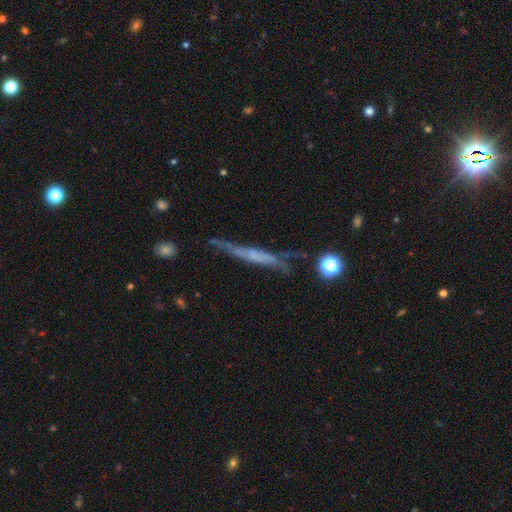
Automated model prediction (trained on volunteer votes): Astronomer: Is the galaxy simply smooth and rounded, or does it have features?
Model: featured or disk — 57% (runner-up: smooth, 33%).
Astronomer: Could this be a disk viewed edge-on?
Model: yes — 83%.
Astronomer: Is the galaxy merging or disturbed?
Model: none — 56%.